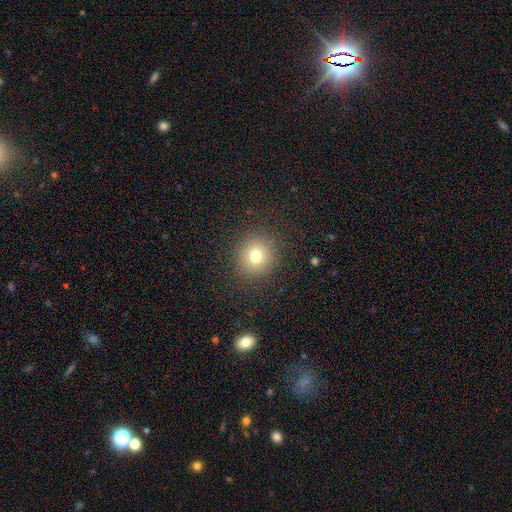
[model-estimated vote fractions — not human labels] Morphology: type=smooth (74%); roundness=round (91%); merging=none (89%).